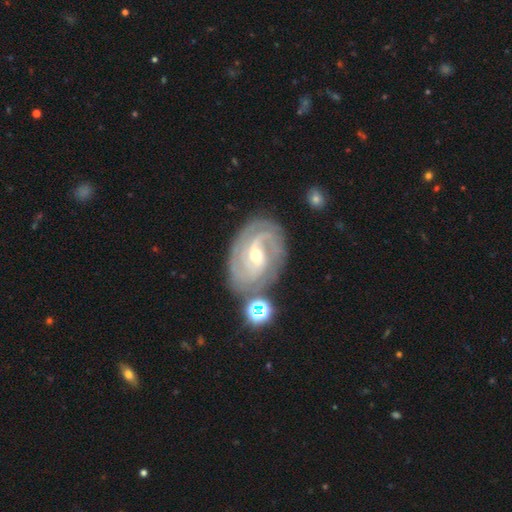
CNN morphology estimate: smooth_or_featured: featured or disk (p=0.89) [alt: star or artifact p=0.06]
disk_edge_on: no (p=0.97) [alt: yes p=0.03]
bar: weak (p=0.48) [alt: no p=0.33]
has_spiral_arms: yes (p=0.97) [alt: no p=0.03]
spiral_winding: tight (p=0.54) [alt: medium p=0.37]
spiral_arm_count: 2 (p=0.39) [alt: 3 p=0.28]
bulge_size: moderate (p=0.50) [alt: small p=0.46]
merging: none (p=0.72) [alt: minor disturbance p=0.17]